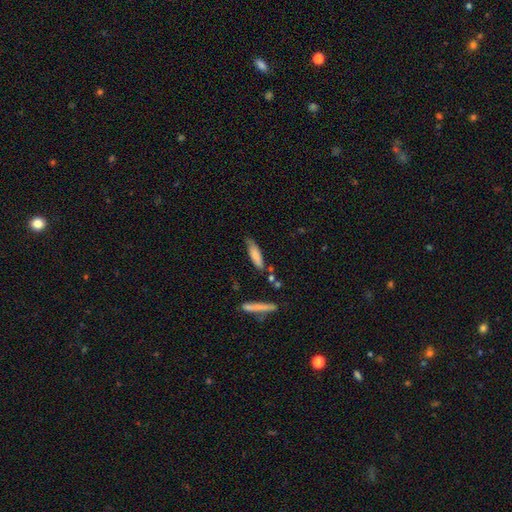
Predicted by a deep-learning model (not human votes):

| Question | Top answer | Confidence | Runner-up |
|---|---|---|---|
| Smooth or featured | smooth | 75% | featured or disk (18%) |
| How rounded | cigar-shaped | 69% | in between (30%) |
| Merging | none | 62% | minor disturbance (27%) |